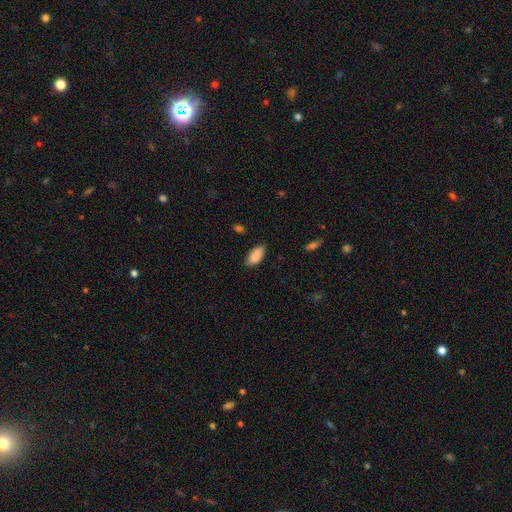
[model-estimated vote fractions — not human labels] This appears to be a smooth galaxy with no disk features (89%) that is in between round and cigar-shaped (92%). Merging: none (83%).